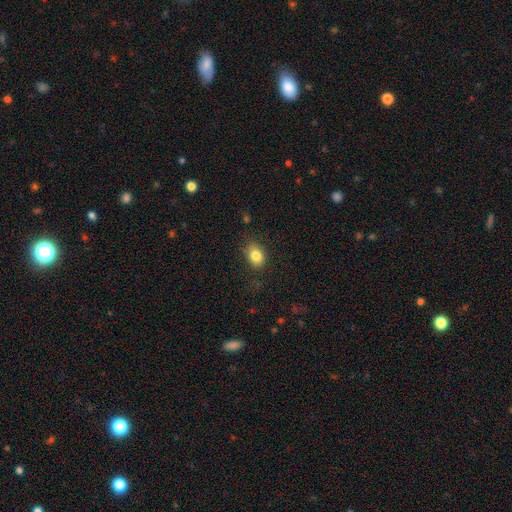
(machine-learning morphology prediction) A smooth galaxy with no disk features (83%) that is in between round and cigar-shaped (70%). Merging: none (78%).